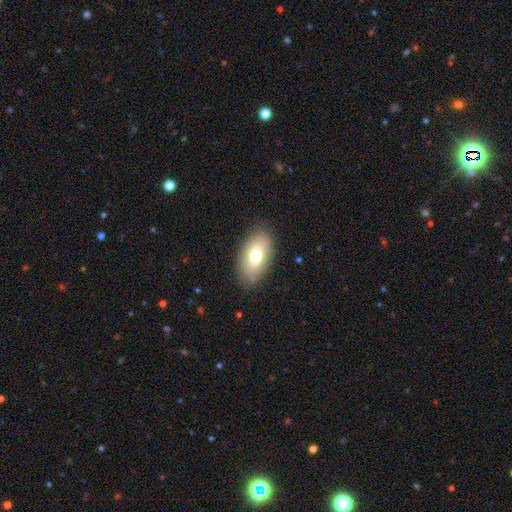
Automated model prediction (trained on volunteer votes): smooth_or_featured: smooth (p=0.68) [alt: featured or disk p=0.24]
how_rounded: in between (p=0.91) [alt: round p=0.06]
merging: none (p=0.81) [alt: minor disturbance p=0.14]